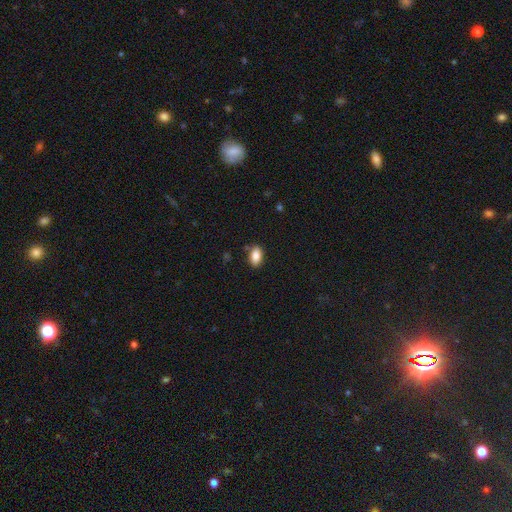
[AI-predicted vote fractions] Q: Smooth or featured?
A: smooth (87%); runner-up: star or artifact (8%)
Q: How rounded?
A: in between (91%); runner-up: round (6%)
Q: Merging?
A: none (84%); runner-up: minor disturbance (11%)